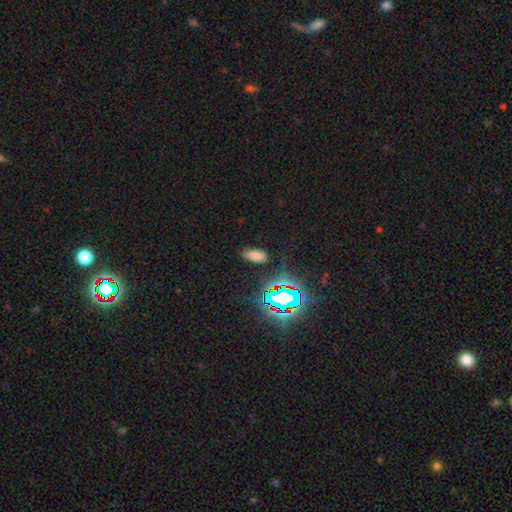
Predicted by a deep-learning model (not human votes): This is likely a smooth galaxy (66%). How rounded: clearly in between (92%). Merging: clearly none (84%).